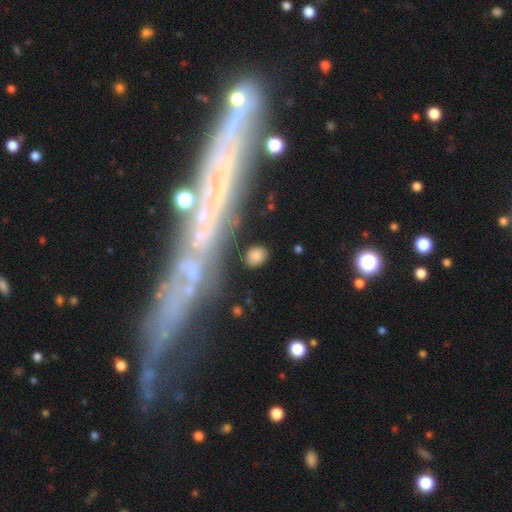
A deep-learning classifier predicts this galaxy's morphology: type=smooth (77%); roundness=round (53%); merging=none (80%).